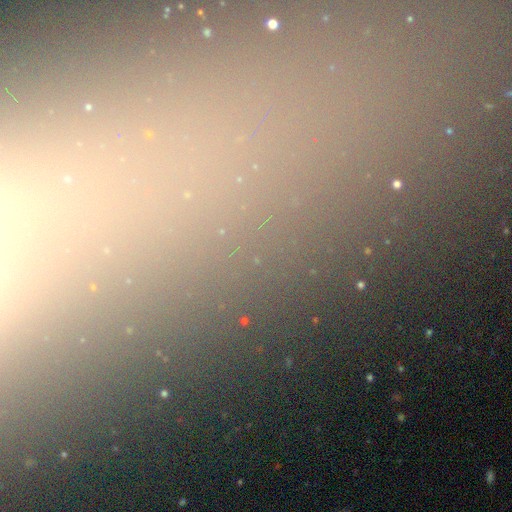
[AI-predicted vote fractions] A star or artifact, not a galaxy (73%).